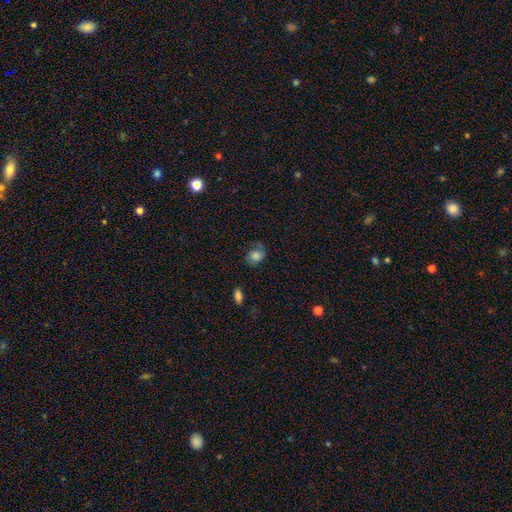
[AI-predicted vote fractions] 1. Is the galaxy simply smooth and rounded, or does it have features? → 66% smooth, 24% featured or disk, 10% star or artifact.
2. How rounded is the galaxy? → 49% round (tied), 49% in between (tied), 1% cigar-shaped.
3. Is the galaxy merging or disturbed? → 54% none, 28% minor disturbance, 16% major disturbance, 2% merger.